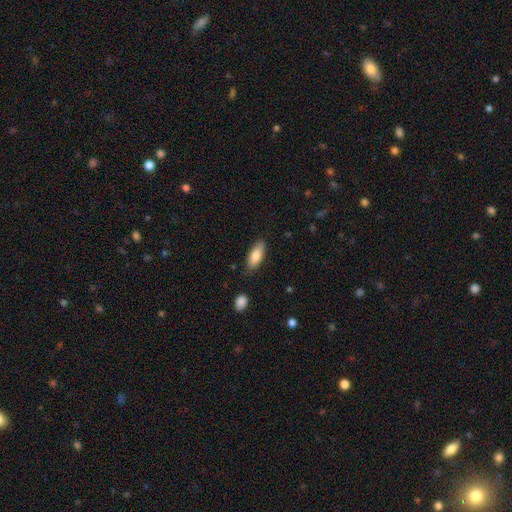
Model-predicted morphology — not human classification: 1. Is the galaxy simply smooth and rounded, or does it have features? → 80% smooth, 13% featured or disk, 6% star or artifact.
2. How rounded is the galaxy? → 81% in between, 17% cigar-shaped, 2% round.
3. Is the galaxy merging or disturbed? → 79% none, 16% minor disturbance, 3% major disturbance, 2% merger.